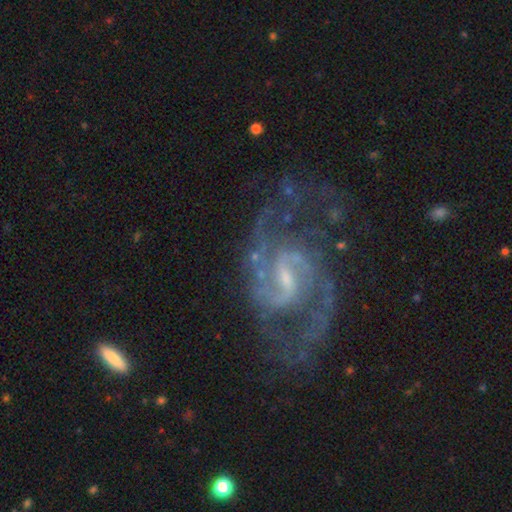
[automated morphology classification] smooth-or-featured: featured or disk: 91% | star or artifact: 6% | smooth: 4%
  disk-edge-on: no: 98% | yes: 2%
    bar: weak: 57% | strong: 28% | no: 14%
    has-spiral-arms: yes: 97% | no: 3%
      spiral-winding: medium: 55% | loose: 27% | tight: 18%
      spiral-arm-count: 2: 79% | can't tell: 7% | 3: 6% | 1: 3% | 4: 3% | more than 4: 3%
    bulge-size: small: 58% | moderate: 28% | none: 11% | large: 2% | dominant: 1%
  merging: none: 58% | major disturbance: 19% | minor disturbance: 19% | merger: 4%